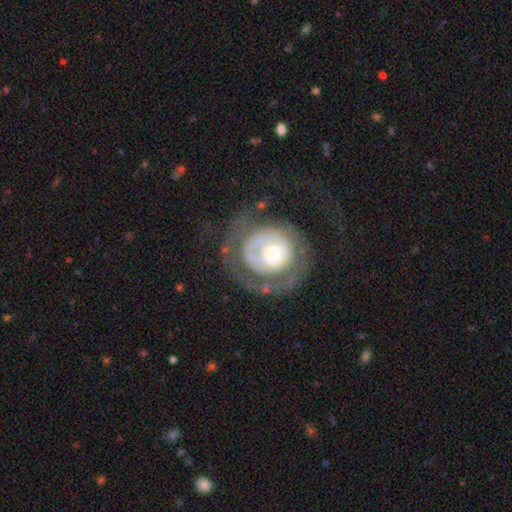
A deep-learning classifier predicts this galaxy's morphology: Smooth or featured? featured or disk (74%)
Edge-on disk? no (97%)
Bar? no (74%)
Spiral arms? yes (69%)
Bulge size? moderate (48%)
Merging? none (53%)